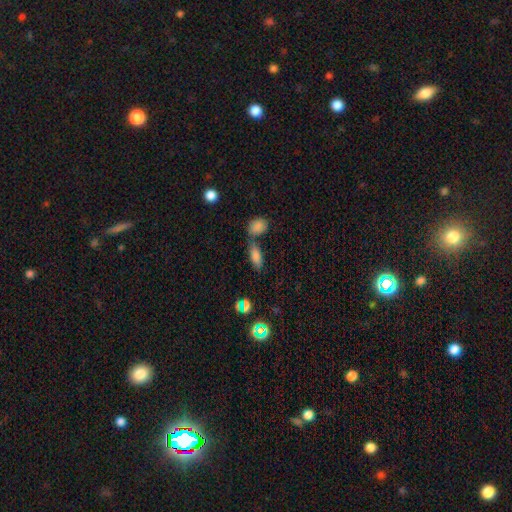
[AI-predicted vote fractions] Overall: smooth (80%). How rounded: in between (80%). Merging: none (55%; merger 27%).